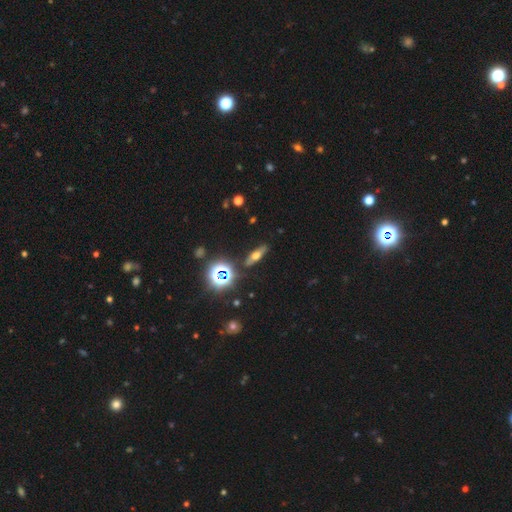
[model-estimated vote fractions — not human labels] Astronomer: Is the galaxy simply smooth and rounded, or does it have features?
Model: smooth — 42% (runner-up: featured or disk, 36%).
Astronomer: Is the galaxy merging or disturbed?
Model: none — 85%.